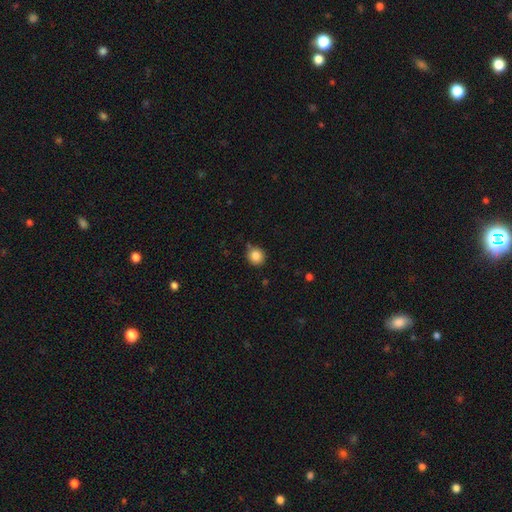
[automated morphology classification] Smooth or featured: smooth — 85% (star or artifact — 10%)
How rounded: round — 88% (in between — 11%)
Merging: none — 79% (minor disturbance — 15%)